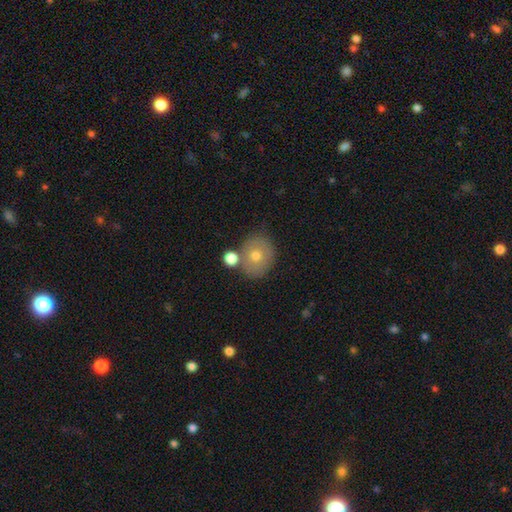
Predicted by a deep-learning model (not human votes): smooth 69%, featured or disk 21%, star or artifact 10%. Down the decision tree: how rounded — round (68%); merging — none (69%).